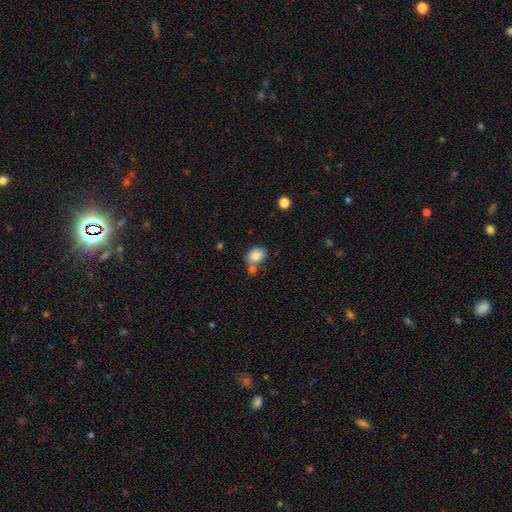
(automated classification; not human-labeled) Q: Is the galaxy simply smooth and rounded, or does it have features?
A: smooth — 84%.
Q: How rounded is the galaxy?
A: in between — 62%.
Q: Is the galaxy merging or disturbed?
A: none — 54%.